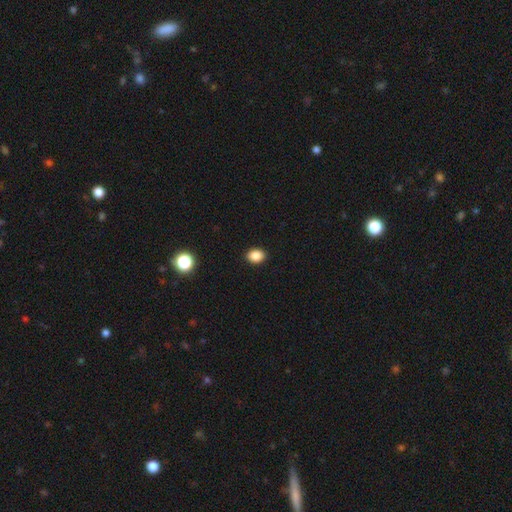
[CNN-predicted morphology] Q: Smooth or featured?
A: smooth (86%); runner-up: star or artifact (10%)
Q: How rounded?
A: in between (56%); runner-up: round (43%)
Q: Merging?
A: none (92%); runner-up: minor disturbance (6%)